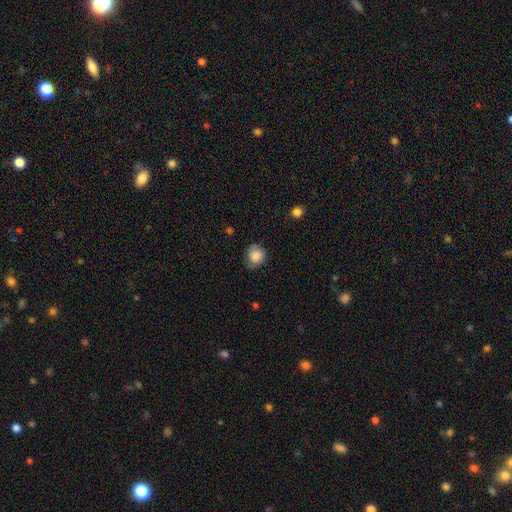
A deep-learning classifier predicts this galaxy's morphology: Smooth or featured?
  - smooth: 81% *
  - featured or disk: 10%
  - star or artifact: 8%
How rounded?
  - round: 78% *
  - in between: 21%
  - cigar-shaped: 1%
Merging?
  - none: 64% *
  - minor disturbance: 28%
  - major disturbance: 7%
  - merger: 1%